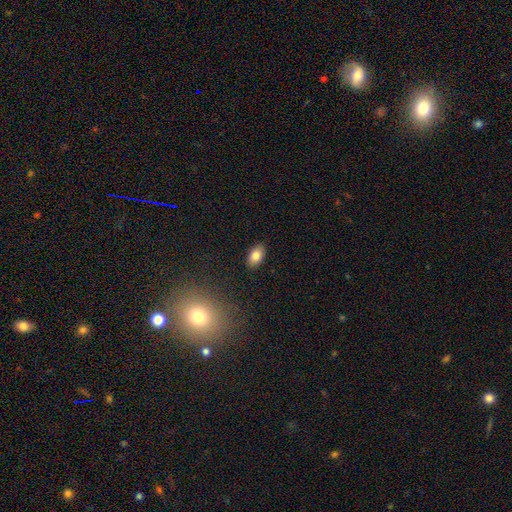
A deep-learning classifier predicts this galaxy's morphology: Smooth or featured? smooth (82%)
How rounded? in between (90%)
Merging? none (88%)